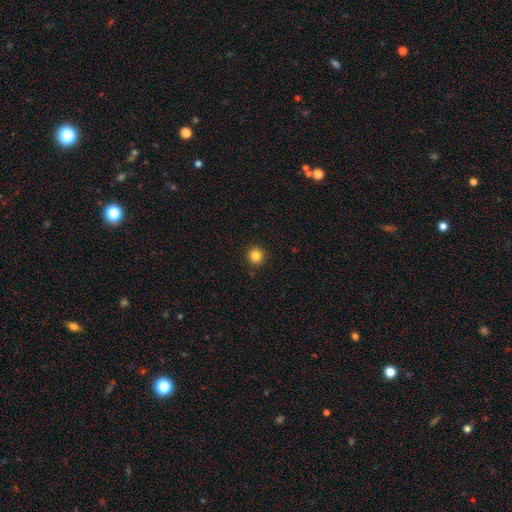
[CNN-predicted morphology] A smooth galaxy with no disk features (84%) that is round (95%). Merging: none (91%).